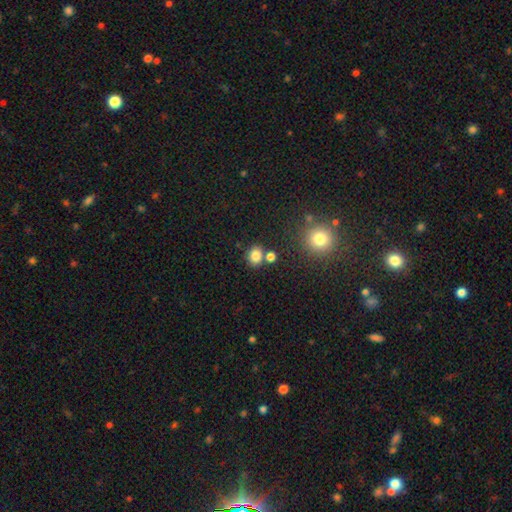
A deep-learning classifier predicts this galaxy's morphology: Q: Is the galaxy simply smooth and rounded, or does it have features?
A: smooth — 81%.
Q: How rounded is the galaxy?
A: round — 60%.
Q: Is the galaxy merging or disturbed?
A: none — 67%.